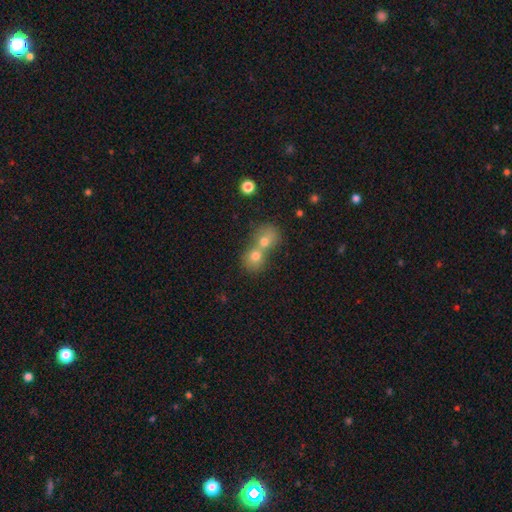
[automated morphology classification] This is likely a smooth galaxy (71%). How rounded: likely round (69%). Merging: likely merger (74%).